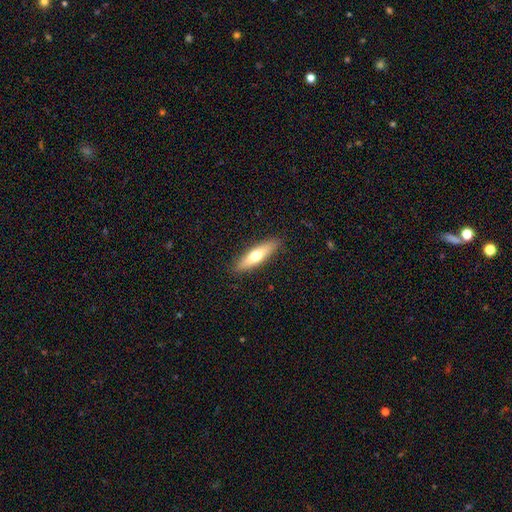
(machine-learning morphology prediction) Smooth or featured?
  - smooth: 61% *
  - featured or disk: 33%
  - star or artifact: 6%
How rounded?
  - cigar-shaped: 69% *
  - in between: 29%
  - round: 2%
Merging?
  - none: 89% *
  - minor disturbance: 8%
  - major disturbance: 2%
  - merger: 1%